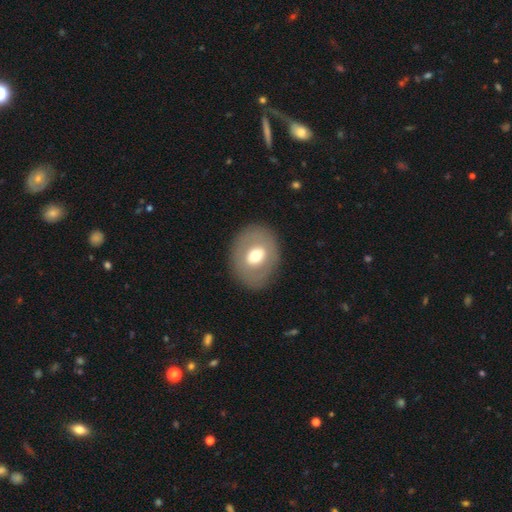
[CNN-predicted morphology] Smooth or featured?
  - smooth: 56% *
  - featured or disk: 37%
  - star or artifact: 7%
How rounded?
  - in between: 57% *
  - round: 42%
  - cigar-shaped: 1%
Merging?
  - none: 85% *
  - minor disturbance: 9%
  - major disturbance: 4%
  - merger: 1%